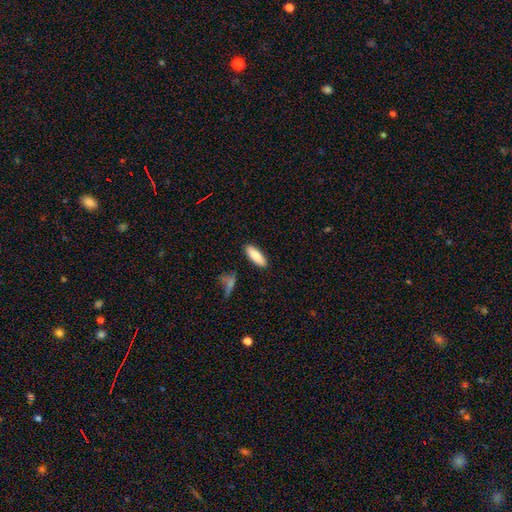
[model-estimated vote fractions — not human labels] This is clearly a smooth galaxy (85%). How rounded: likely in between (64%). Merging: clearly none (87%).